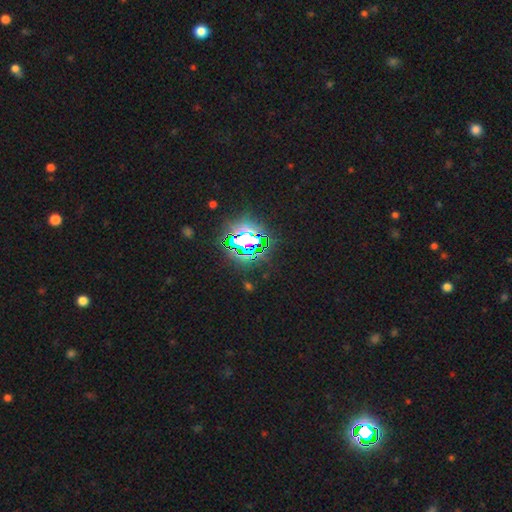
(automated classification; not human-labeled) smooth-or-featured: star or artifact: 82% | smooth: 10% | featured or disk: 8%